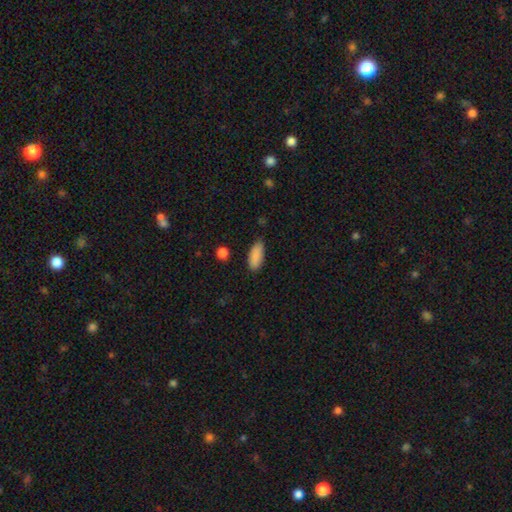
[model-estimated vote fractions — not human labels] A smooth galaxy with no disk features (88%) that is in between round and cigar-shaped (83%).

Vote fractions:
- Smooth or featured? smooth: 88% / star or artifact: 7% / featured or disk: 5%
- How rounded? in between: 83% / cigar-shaped: 15% / round: 2%
- Merging? none: 78% / minor disturbance: 17% / major disturbance: 3% / merger: 2%